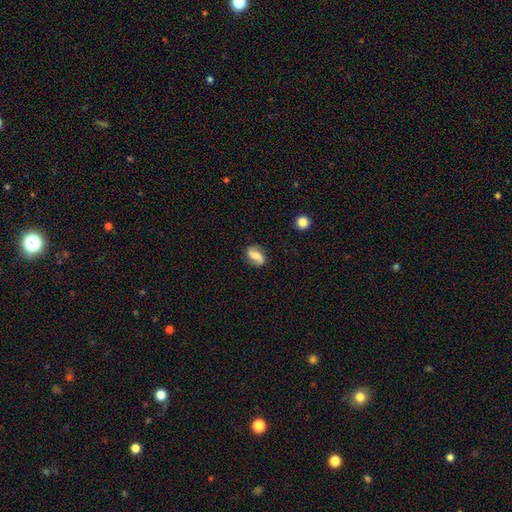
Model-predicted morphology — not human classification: featured or disk 63%, smooth 29%, star or artifact 8%. Down the decision tree: edge-on disk — no (97%); bar — weak (40%); spiral arms — yes (93%); spiral arm count — 2 (90%); spiral winding — loose (61%); bulge size — moderate (39%); merging — none (81%).